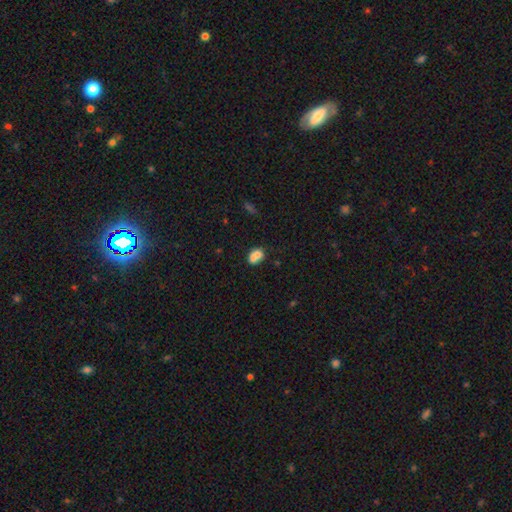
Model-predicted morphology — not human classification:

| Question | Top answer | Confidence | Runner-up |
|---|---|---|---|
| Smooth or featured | smooth | 72% | featured or disk (18%) |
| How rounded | in between | 58% | round (41%) |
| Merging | merger | 52% | none (28%) |